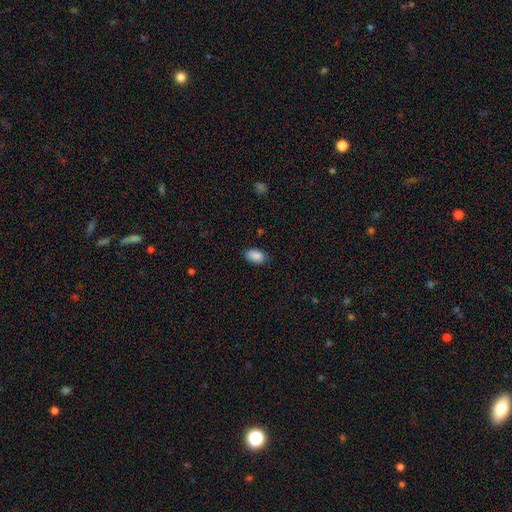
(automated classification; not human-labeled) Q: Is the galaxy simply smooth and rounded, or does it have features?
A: smooth — 89%.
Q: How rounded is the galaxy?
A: in between — 92%.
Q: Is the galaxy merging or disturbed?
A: none — 83%.